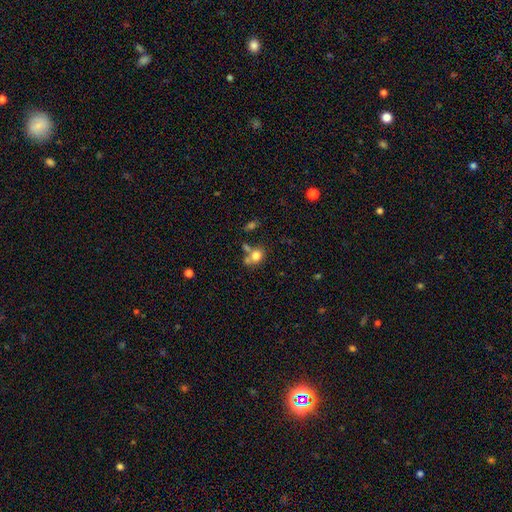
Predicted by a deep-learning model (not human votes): smooth 76%, featured or disk 13%, star or artifact 11%. Down the decision tree: how rounded — in between (52%); merging — none (44%).